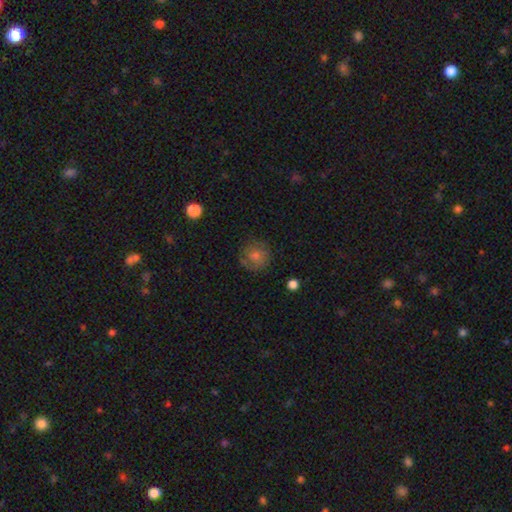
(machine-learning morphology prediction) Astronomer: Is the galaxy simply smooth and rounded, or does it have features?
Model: smooth — 61%.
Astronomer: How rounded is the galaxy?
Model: round — 90%.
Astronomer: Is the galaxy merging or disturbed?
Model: none — 79%.